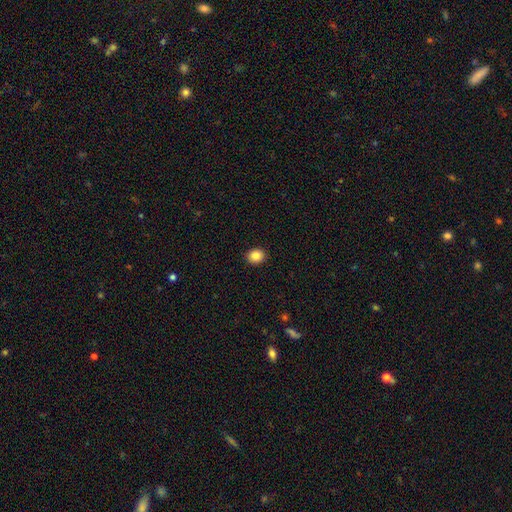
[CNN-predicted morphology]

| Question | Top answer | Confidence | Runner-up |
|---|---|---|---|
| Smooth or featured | smooth | 86% | star or artifact (9%) |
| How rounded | round | 67% | in between (32%) |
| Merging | none | 92% | minor disturbance (6%) |